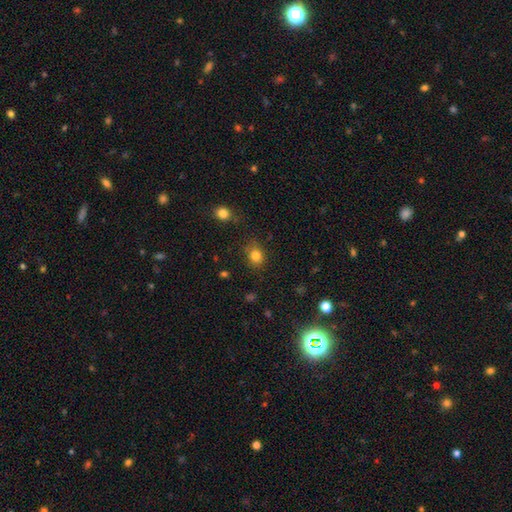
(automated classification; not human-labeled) Overall: smooth (81%). How rounded: round (61%; in between 38%). Merging: none (79%).